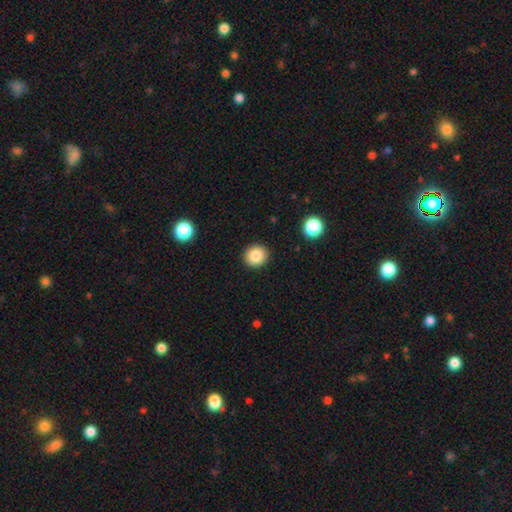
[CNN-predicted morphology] The model was most divided on "how rounded": round: 87%, in between: 12%, cigar-shaped: 1%. More confident: merging — none (91%); smooth or featured — smooth (85%).